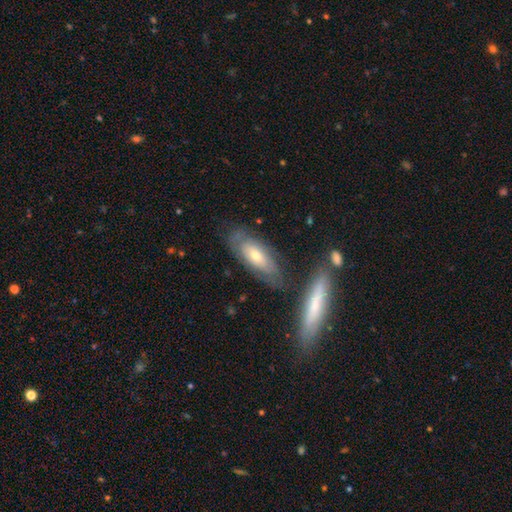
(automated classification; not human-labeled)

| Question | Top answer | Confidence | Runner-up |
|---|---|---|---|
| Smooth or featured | smooth | 47% | featured or disk (46%) |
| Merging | none | 68% | minor disturbance (18%) |